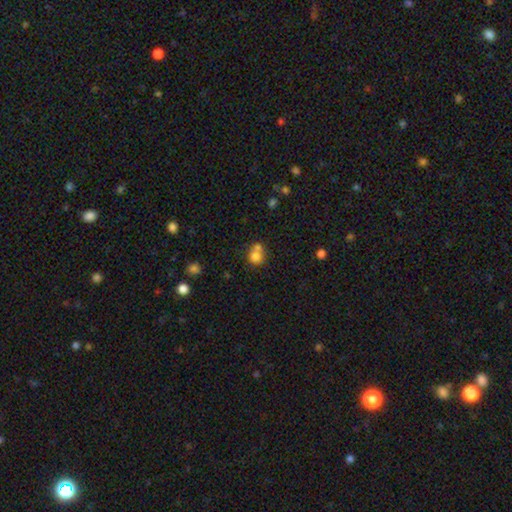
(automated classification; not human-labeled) Overall: smooth (76%). How rounded: round (78%). Merging: merger (50%; none 36%).